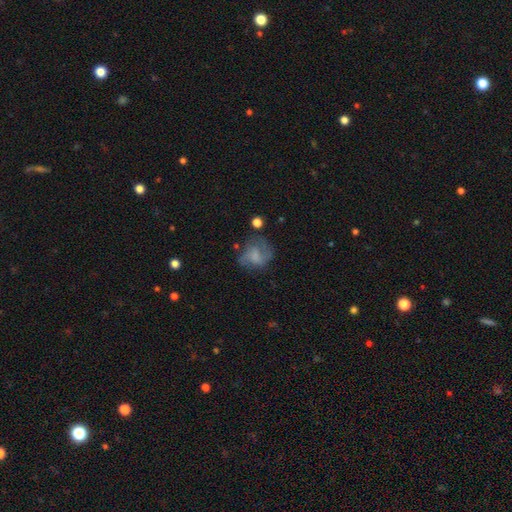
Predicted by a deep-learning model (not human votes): This is marginally a featured or disk galaxy (45%). Merging: marginally none (44%).